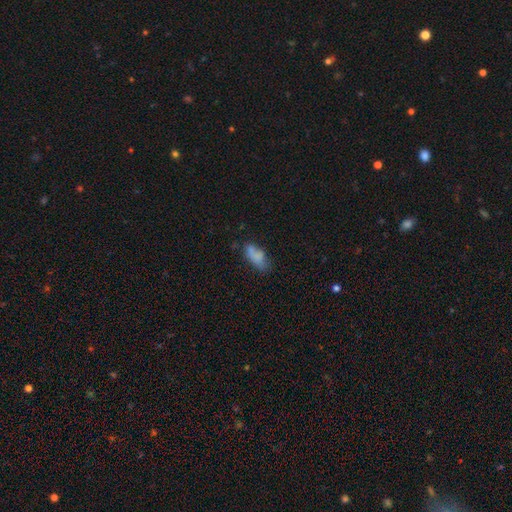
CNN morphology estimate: Overall: smooth (75%). How rounded: in between (85%). Merging: none (49%; minor disturbance 29%).